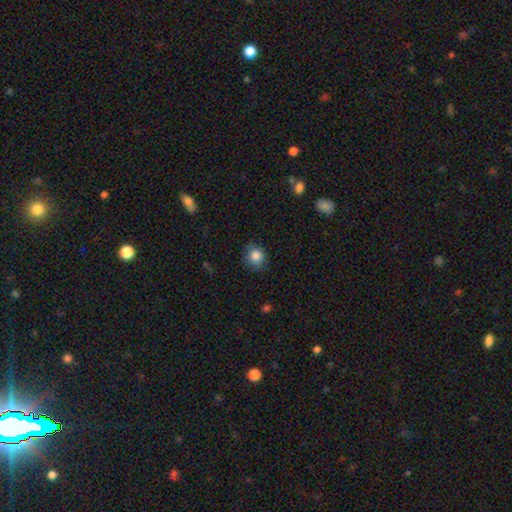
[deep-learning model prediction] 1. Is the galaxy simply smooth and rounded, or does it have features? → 85% smooth, 9% star or artifact, 6% featured or disk.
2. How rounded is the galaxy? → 80% round, 19% in between, 1% cigar-shaped.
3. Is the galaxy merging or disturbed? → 79% none, 16% minor disturbance, 3% major disturbance, 1% merger.